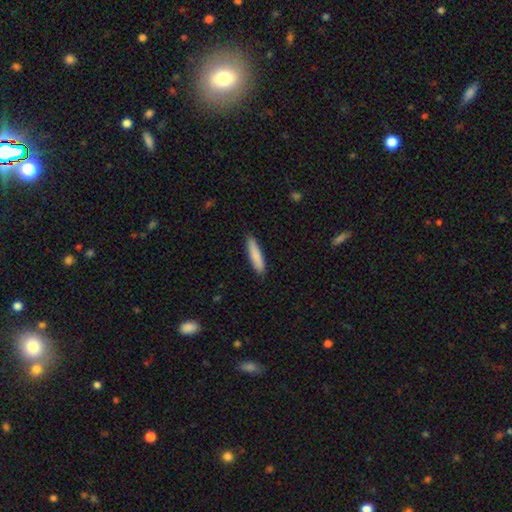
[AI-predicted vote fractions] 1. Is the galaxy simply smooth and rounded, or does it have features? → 85% smooth, 9% featured or disk, 5% star or artifact.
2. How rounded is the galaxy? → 83% cigar-shaped, 16% in between, 1% round.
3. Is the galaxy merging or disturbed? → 89% none, 9% minor disturbance, 2% major disturbance, 1% merger.